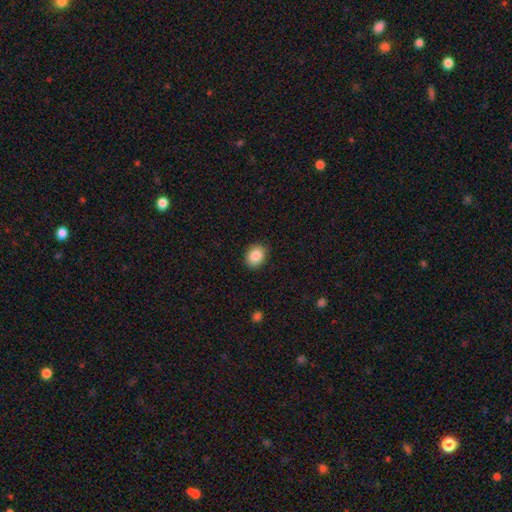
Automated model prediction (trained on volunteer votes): Smooth or featured? smooth (86%)
How rounded? in between (51%)
Merging? none (88%)